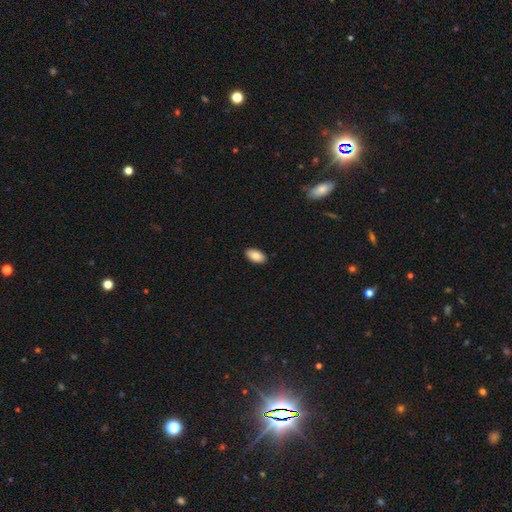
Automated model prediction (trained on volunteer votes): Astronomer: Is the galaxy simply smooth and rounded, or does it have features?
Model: smooth — 87%.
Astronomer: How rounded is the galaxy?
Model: in between — 95%.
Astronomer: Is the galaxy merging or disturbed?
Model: none — 90%.